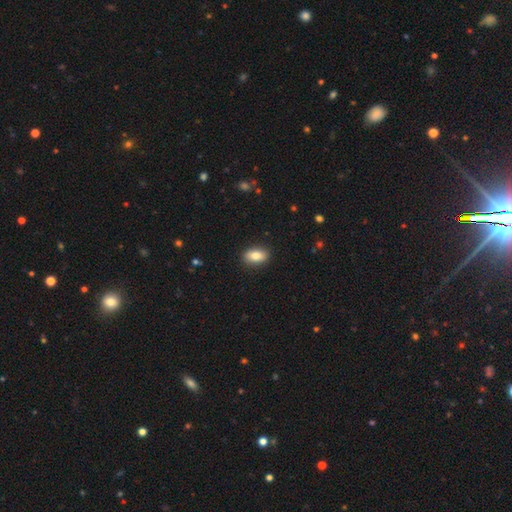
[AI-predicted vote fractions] Smooth or featured? Predicted: smooth (p=0.82). How rounded? Predicted: in between (p=0.88). Merging? Predicted: none (p=0.89).